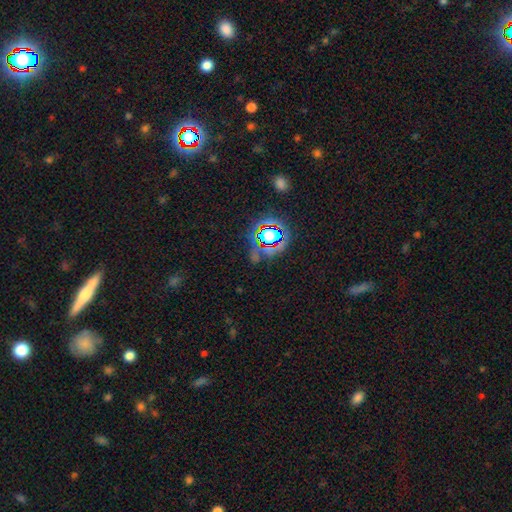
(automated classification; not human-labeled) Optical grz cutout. It shows a star or artifact, not a galaxy (74%).